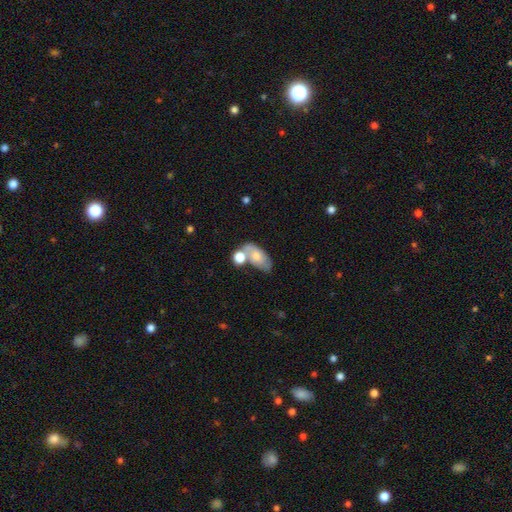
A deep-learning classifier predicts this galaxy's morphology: Q: Smooth or featured?
A: smooth (61%); runner-up: featured or disk (31%)
Q: How rounded?
A: in between (88%); runner-up: round (8%)
Q: Merging?
A: merger (37%); tied with: none (37%)